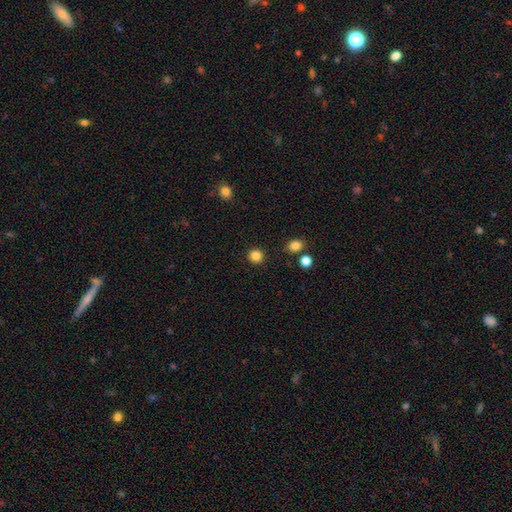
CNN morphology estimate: A smooth galaxy with no disk features (85%) that is round (92%). Merging: none (90%).